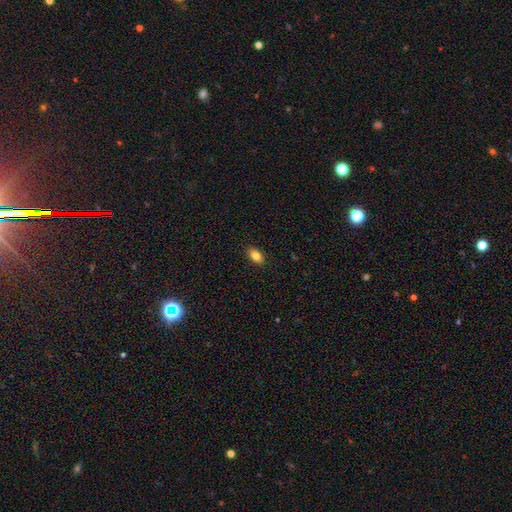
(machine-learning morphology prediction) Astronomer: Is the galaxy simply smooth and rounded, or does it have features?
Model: smooth — 83%.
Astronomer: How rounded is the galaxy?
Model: in between — 89%.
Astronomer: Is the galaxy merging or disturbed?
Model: none — 89%.